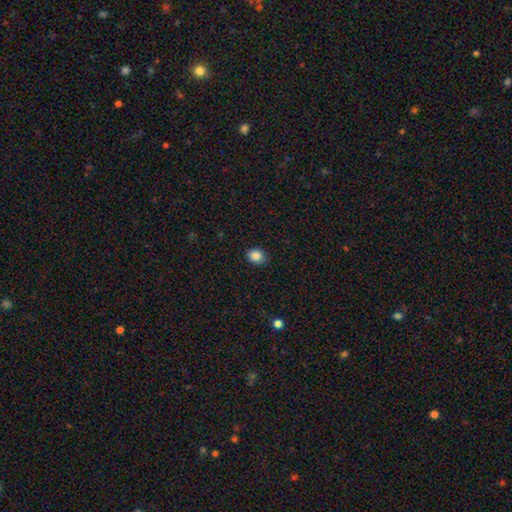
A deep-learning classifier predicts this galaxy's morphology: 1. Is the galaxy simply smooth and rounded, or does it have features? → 86% smooth, 10% star or artifact, 4% featured or disk.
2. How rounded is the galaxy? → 59% in between, 40% round, 1% cigar-shaped.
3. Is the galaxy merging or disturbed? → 87% none, 10% minor disturbance, 2% major disturbance, 1% merger.